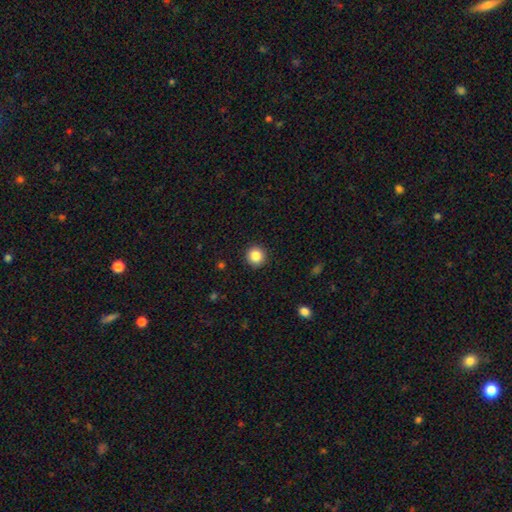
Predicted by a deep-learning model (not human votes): smooth 86%, star or artifact 9%, featured or disk 5%. Down the decision tree: how rounded — round (95%); merging — none (93%).